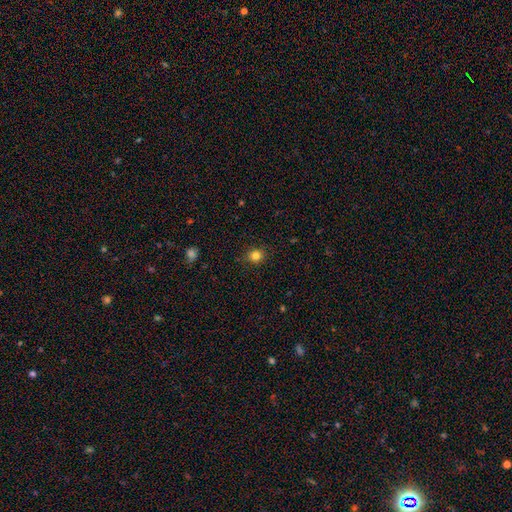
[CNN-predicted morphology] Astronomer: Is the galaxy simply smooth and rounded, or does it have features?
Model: smooth — 82%.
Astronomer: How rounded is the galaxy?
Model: round — 79%.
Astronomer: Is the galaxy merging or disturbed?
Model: none — 88%.